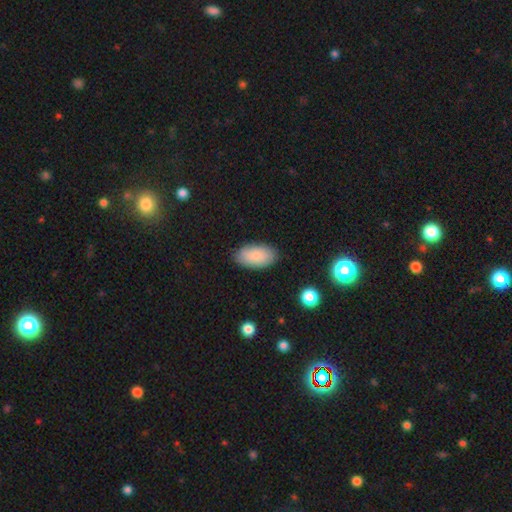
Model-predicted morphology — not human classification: The model was most divided on "merging": none: 85%, minor disturbance: 11%, major disturbance: 3%, merger: 1%. More confident: how rounded — in between (95%); smooth or featured — smooth (86%).